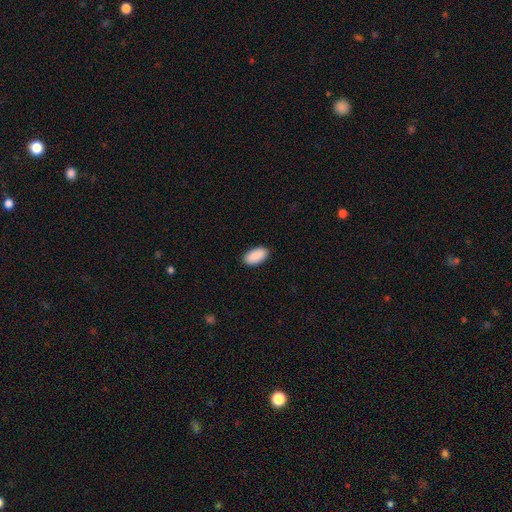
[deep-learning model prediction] smooth 92%, star or artifact 6%, featured or disk 3%. Down the decision tree: how rounded — in between (96%); merging — none (90%).